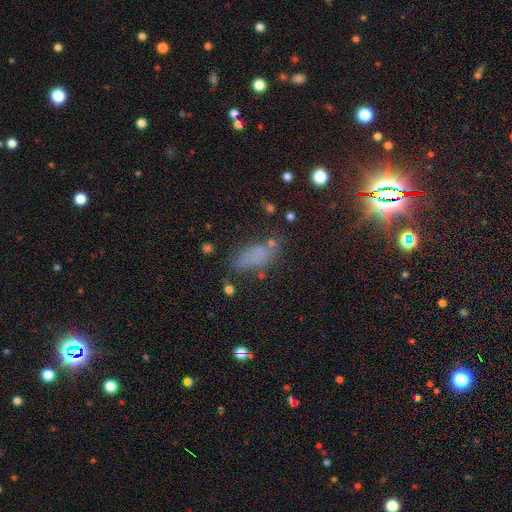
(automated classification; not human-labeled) A smooth galaxy with no disk features (67%) that is in between round and cigar-shaped (84%).

Vote fractions:
- Smooth or featured? smooth: 67% / star or artifact: 18% / featured or disk: 14%
- How rounded? in between: 84% / cigar-shaped: 12% / round: 4%
- Merging? none: 57% / minor disturbance: 23% / major disturbance: 13% / merger: 7%